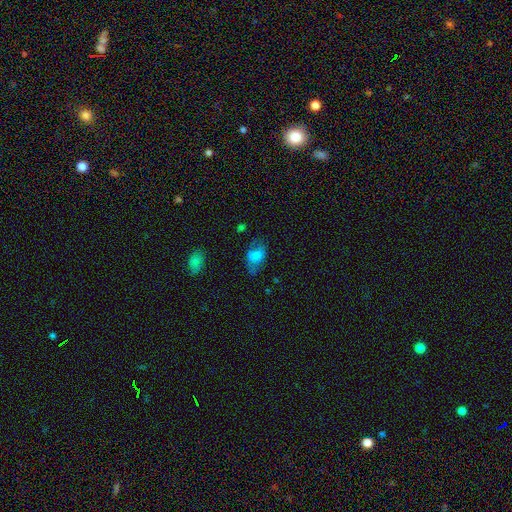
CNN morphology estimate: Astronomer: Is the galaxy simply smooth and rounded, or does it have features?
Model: smooth — 68%.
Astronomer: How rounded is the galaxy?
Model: in between — 86%.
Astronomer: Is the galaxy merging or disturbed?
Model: none — 54%.